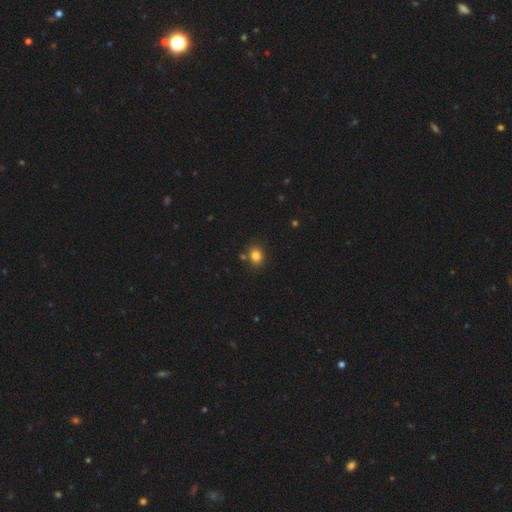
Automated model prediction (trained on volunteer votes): Smooth or featured? smooth (82%)
How rounded? round (68%)
Merging? none (80%)